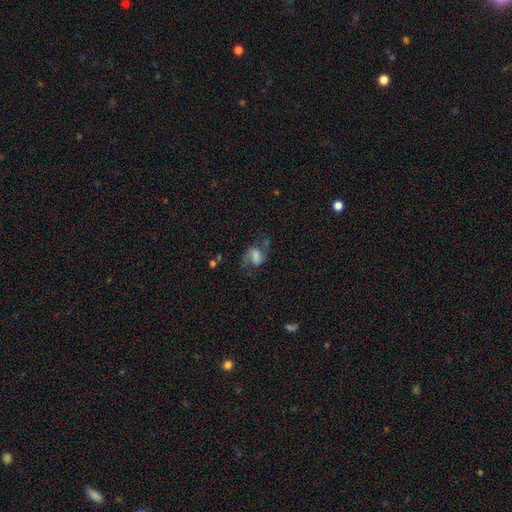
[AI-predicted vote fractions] Smooth or featured? Predicted: featured or disk (p=0.59). Edge-on disk? Predicted: no (p=0.97). Bar? Predicted: weak (p=0.45). Spiral arms? Predicted: yes (p=0.88). Spiral winding? Predicted: loose (p=0.49). Spiral arm count? Predicted: 2 (p=0.88). Bulge size? Predicted: moderate (p=0.31). Merging? Predicted: none (p=0.57).